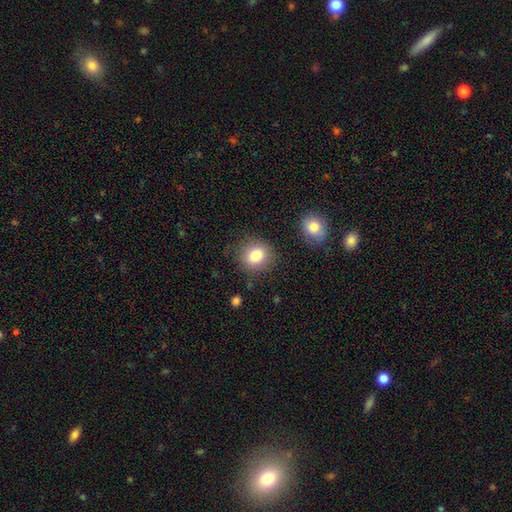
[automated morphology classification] smooth-or-featured: smooth: 82% | star or artifact: 10% | featured or disk: 8%
  how-rounded: round: 78% | in between: 21% | cigar-shaped: 1%
  merging: none: 83% | minor disturbance: 11% | major disturbance: 4% | merger: 3%